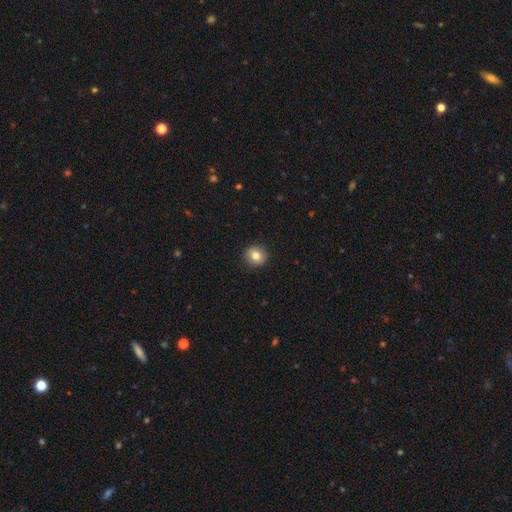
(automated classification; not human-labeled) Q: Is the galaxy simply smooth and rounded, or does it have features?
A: smooth — 80%.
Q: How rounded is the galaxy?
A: round — 90%.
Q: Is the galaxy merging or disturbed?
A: none — 91%.